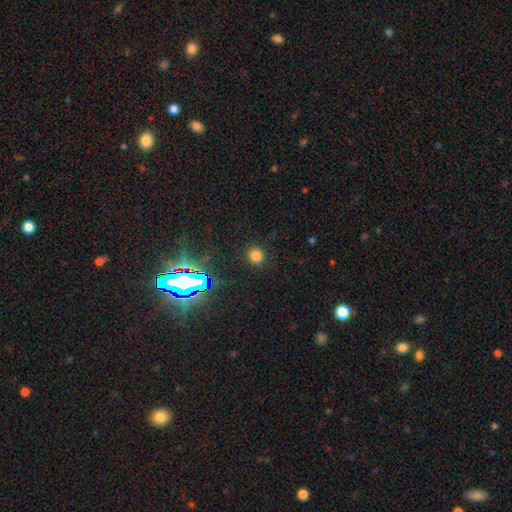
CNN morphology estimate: A smooth galaxy with no disk features (75%) that is round (92%).

Vote fractions:
- Smooth or featured? smooth: 75% / star or artifact: 20% / featured or disk: 5%
- How rounded? round: 92% / in between: 7% / cigar-shaped: 1%
- Merging? none: 90% / minor disturbance: 6% / major disturbance: 3% / merger: 1%